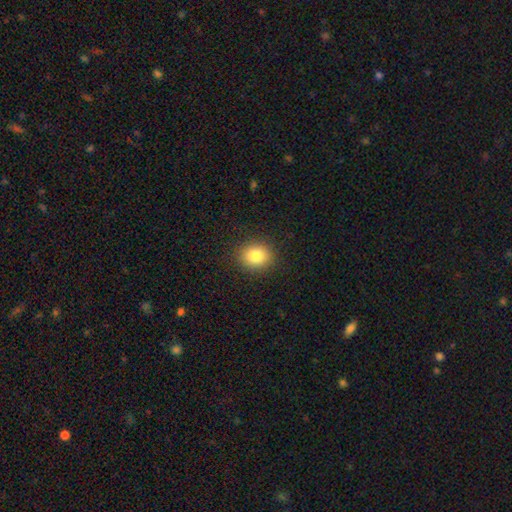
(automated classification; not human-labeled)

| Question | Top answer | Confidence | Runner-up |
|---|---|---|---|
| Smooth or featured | smooth | 84% | star or artifact (10%) |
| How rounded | round | 74% | in between (25%) |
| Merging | none | 89% | minor disturbance (7%) |